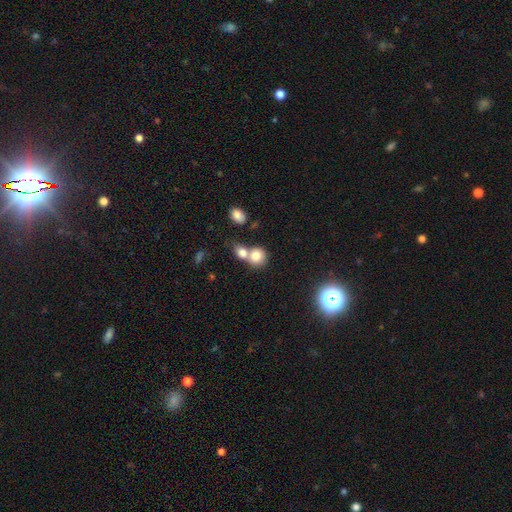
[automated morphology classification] Smooth or featured?
  - smooth: 77% *
  - featured or disk: 12%
  - star or artifact: 10%
How rounded?
  - round: 75% *
  - in between: 24%
  - cigar-shaped: 1%
Merging?
  - merger: 57% *
  - none: 33%
  - minor disturbance: 7%
  - major disturbance: 3%